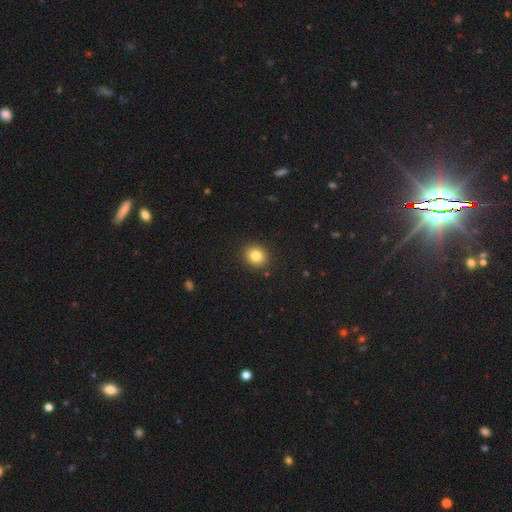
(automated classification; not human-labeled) Smooth or featured? Predicted: smooth (p=0.83). How rounded? Predicted: round (p=0.81). Merging? Predicted: none (p=0.91).